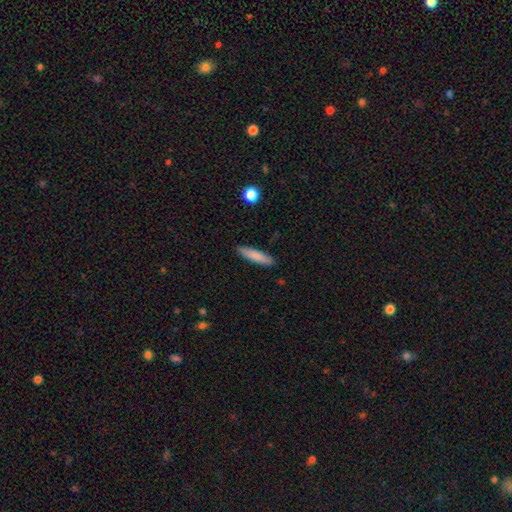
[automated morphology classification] Smooth or featured: smooth — 82% (featured or disk — 12%)
How rounded: cigar-shaped — 85% (in between — 14%)
Merging: none — 90% (minor disturbance — 7%)